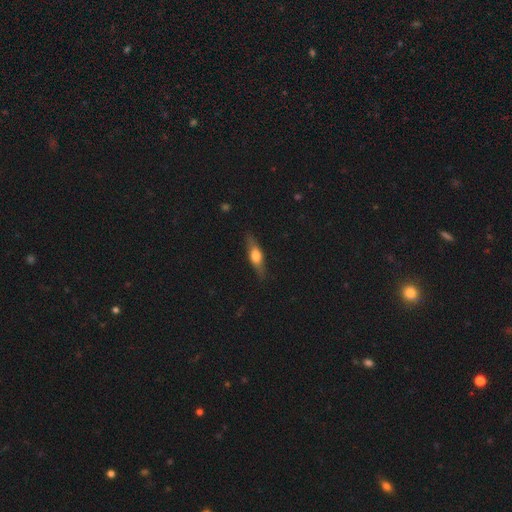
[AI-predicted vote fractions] A smooth galaxy with no disk features (48%). Merging: none (84%).